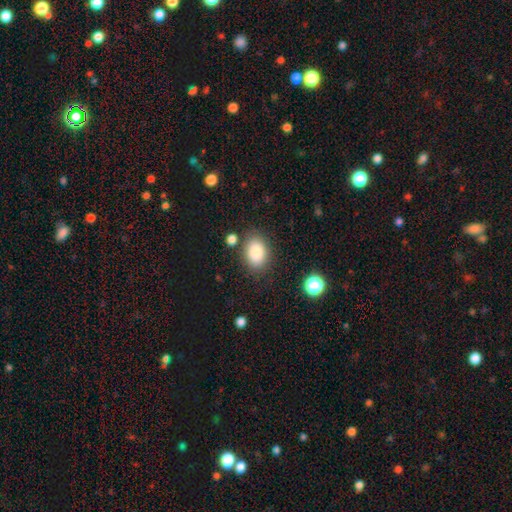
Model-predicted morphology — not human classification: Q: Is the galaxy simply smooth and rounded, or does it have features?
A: smooth — 85%.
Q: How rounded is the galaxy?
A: in between — 82%.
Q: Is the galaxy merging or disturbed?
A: none — 79%.